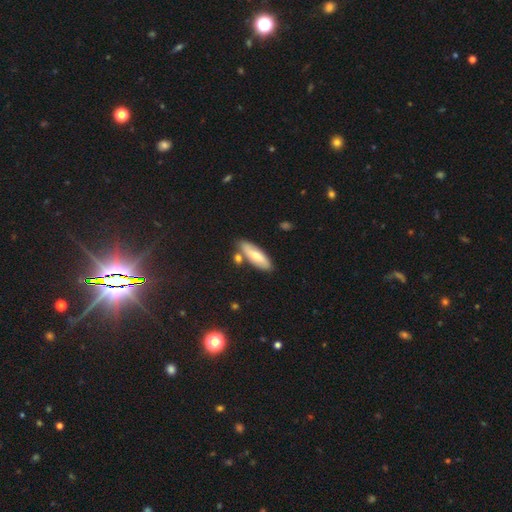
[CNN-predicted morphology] The model was most divided on "how rounded": in between: 61%, cigar-shaped: 37%, round: 2%. More confident: merging — none (78%); smooth or featured — smooth (59%).